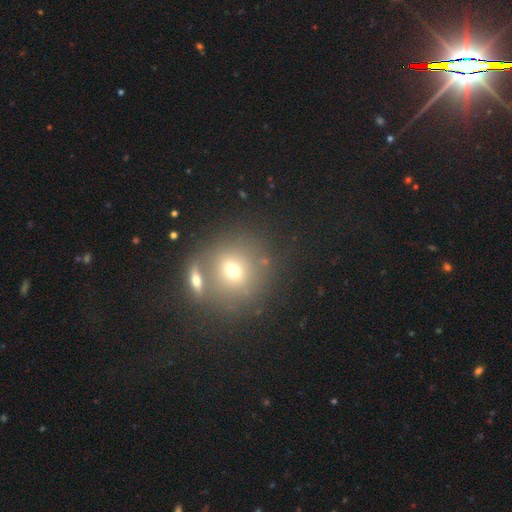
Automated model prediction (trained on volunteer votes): A smooth galaxy with no disk features (55%) that is round (87%).

Vote fractions:
- Smooth or featured? smooth: 55% / star or artifact: 25% / featured or disk: 19%
- How rounded? round: 87% / in between: 11% / cigar-shaped: 1%
- Merging? none: 60% / merger: 26% / minor disturbance: 9% / major disturbance: 5%